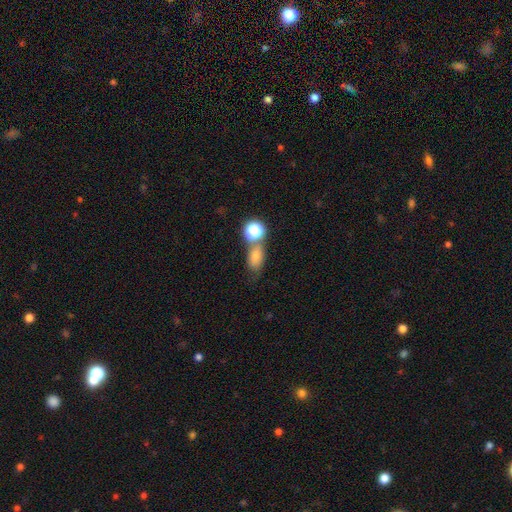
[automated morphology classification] smooth 72%, star or artifact 16%, featured or disk 13%. Down the decision tree: how rounded — in between (71%); merging — none (47%).